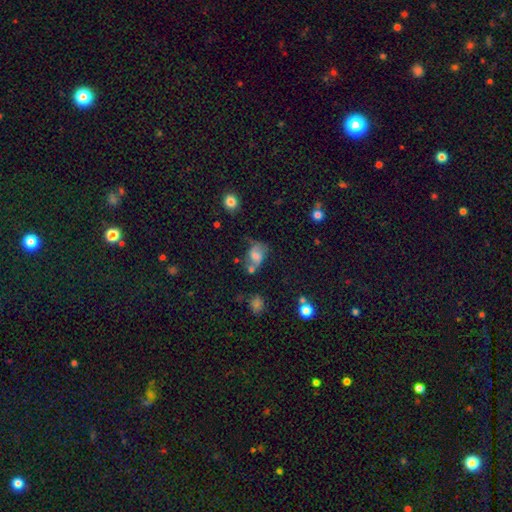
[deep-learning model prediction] A smooth galaxy with no disk features (53%) that is in between round and cigar-shaped (73%).

Vote fractions:
- Smooth or featured? smooth: 53% / featured or disk: 34% / star or artifact: 13%
- How rounded? in between: 73% / round: 25% / cigar-shaped: 2%
- Merging? none: 33% / minor disturbance: 25% / merger: 21% / major disturbance: 20%